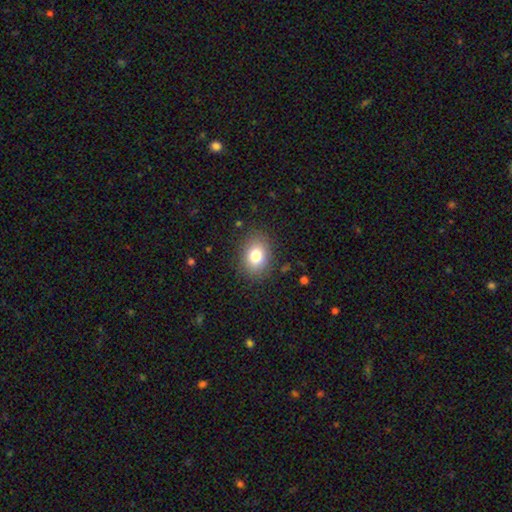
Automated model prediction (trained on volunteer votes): Q: Smooth or featured?
A: smooth (80%); runner-up: featured or disk (10%)
Q: How rounded?
A: in between (63%); runner-up: round (36%)
Q: Merging?
A: none (85%); runner-up: minor disturbance (10%)